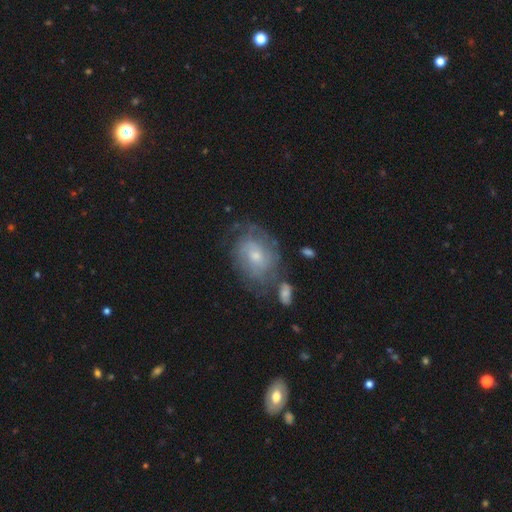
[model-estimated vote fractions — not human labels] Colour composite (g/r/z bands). It shows a featured or disk galaxy (67%) with no bar (67%), tight (59%) spiral arms (82%) and a small central bulge (56%). Merging: none (59%).